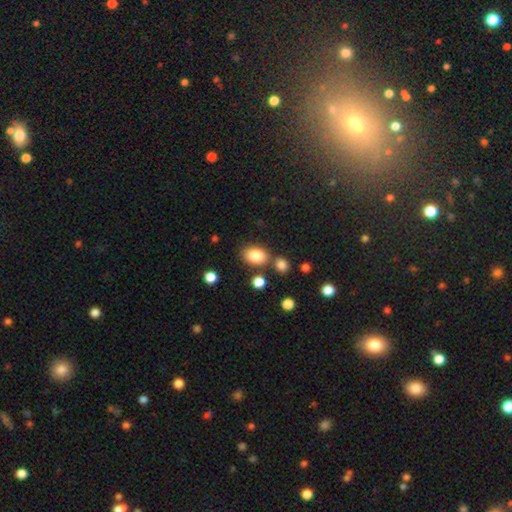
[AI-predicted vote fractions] Morphology: type=smooth (85%); roundness=in between (82%); merging=none (72%).